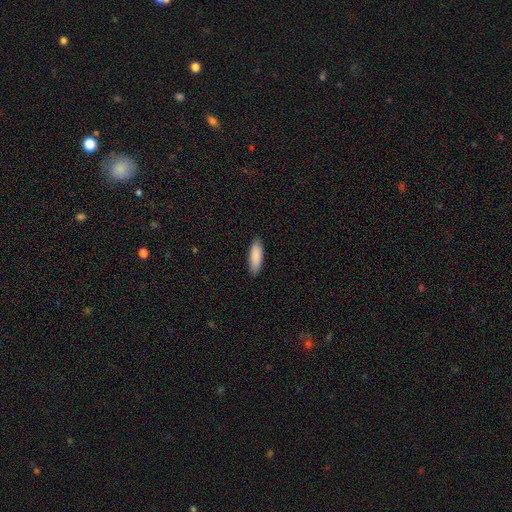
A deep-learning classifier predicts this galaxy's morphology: This is clearly a smooth galaxy (89%). How rounded: possibly in between (59%). Merging: clearly none (88%).